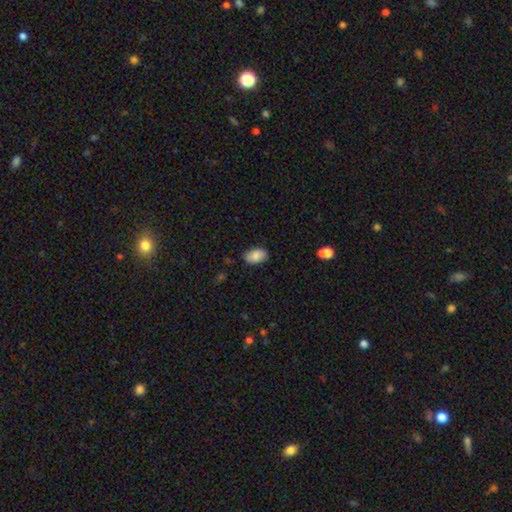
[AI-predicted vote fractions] A smooth galaxy with no disk features (86%) that is in between round and cigar-shaped (93%).

Vote fractions:
- Smooth or featured? smooth: 86% / star or artifact: 7% / featured or disk: 7%
- How rounded? in between: 93% / round: 6% / cigar-shaped: 1%
- Merging? none: 84% / minor disturbance: 12% / major disturbance: 2% / merger: 1%